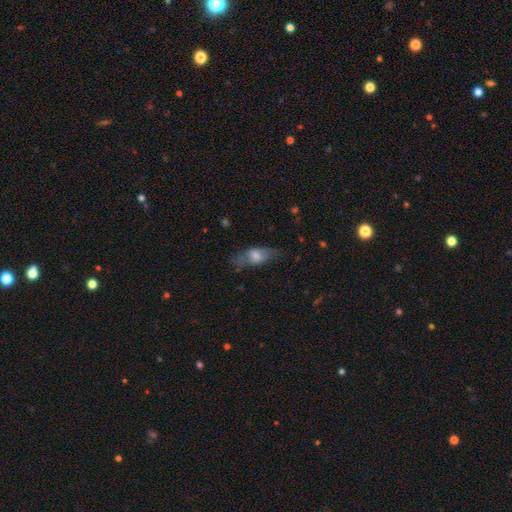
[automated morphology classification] Smooth or featured: smooth — 57% (featured or disk — 35%)
How rounded: in between — 66% (cigar-shaped — 30%)
Merging: none — 64% (minor disturbance — 22%)